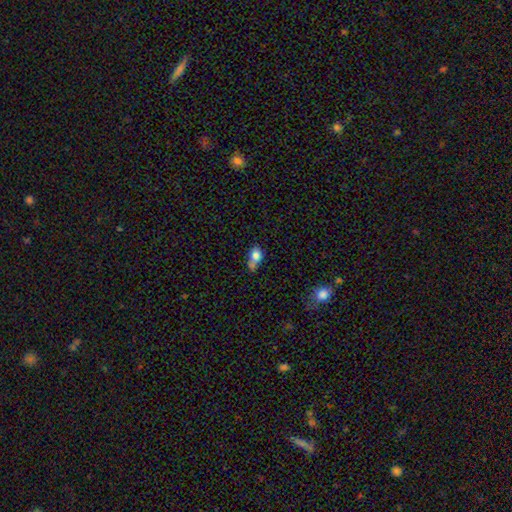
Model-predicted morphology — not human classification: This is likely a smooth galaxy (76%). How rounded: likely in between (65%). Merging: marginally merger (30%).